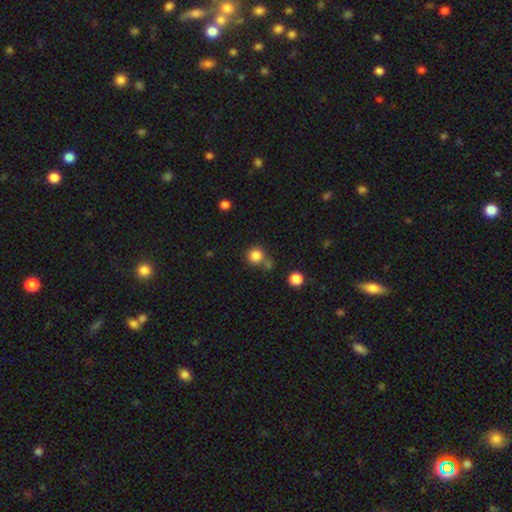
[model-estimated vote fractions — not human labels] smooth-or-featured: smooth: 83% | star or artifact: 12% | featured or disk: 5%
  how-rounded: round: 92% | in between: 7% | cigar-shaped: 1%
  merging: none: 66% | merger: 19% | minor disturbance: 11% | major disturbance: 4%